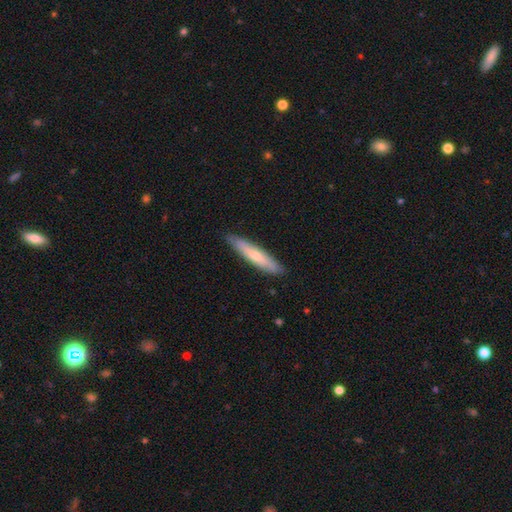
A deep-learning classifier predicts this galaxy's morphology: Q: Smooth or featured?
A: smooth (63%); runner-up: featured or disk (32%)
Q: How rounded?
A: cigar-shaped (89%); runner-up: in between (10%)
Q: Merging?
A: none (88%); runner-up: minor disturbance (9%)